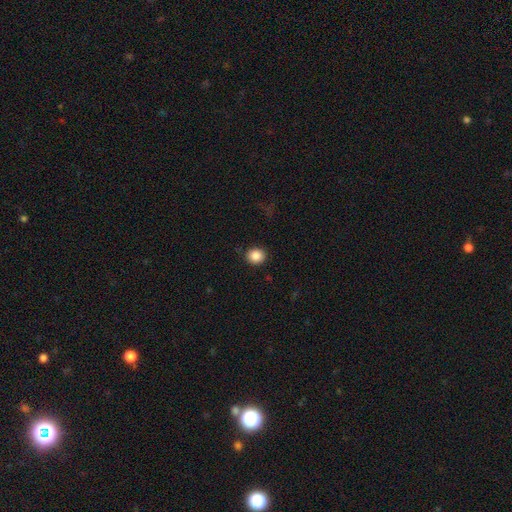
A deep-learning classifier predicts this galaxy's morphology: This is clearly a smooth galaxy (87%). How rounded: clearly round (82%). Merging: clearly none (89%).